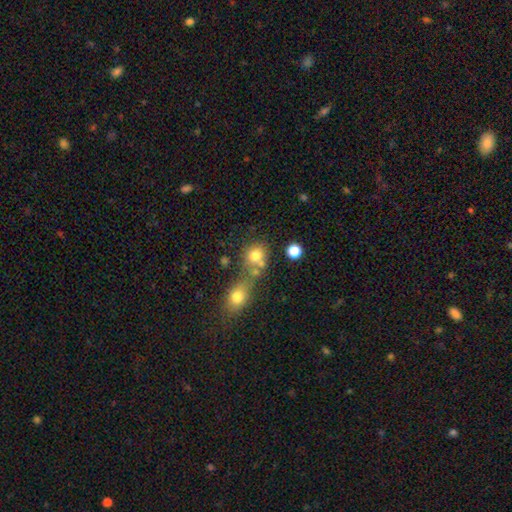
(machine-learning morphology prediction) smooth 76%, star or artifact 13%, featured or disk 11%. Down the decision tree: how rounded — round (75%); merging — merger (44%).